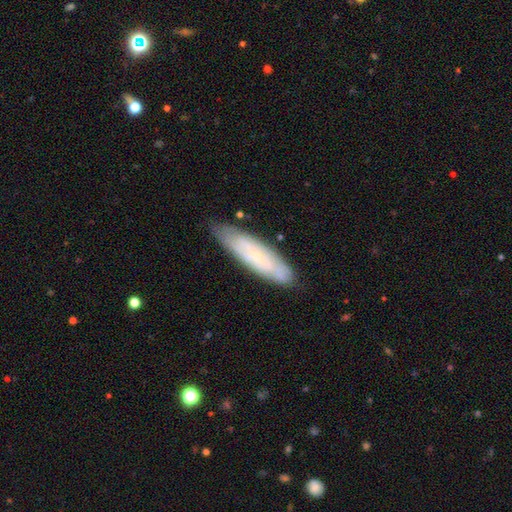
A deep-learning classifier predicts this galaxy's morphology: Smooth or featured? featured or disk (57%)
Edge-on disk? no (68%)
Merging? none (78%)